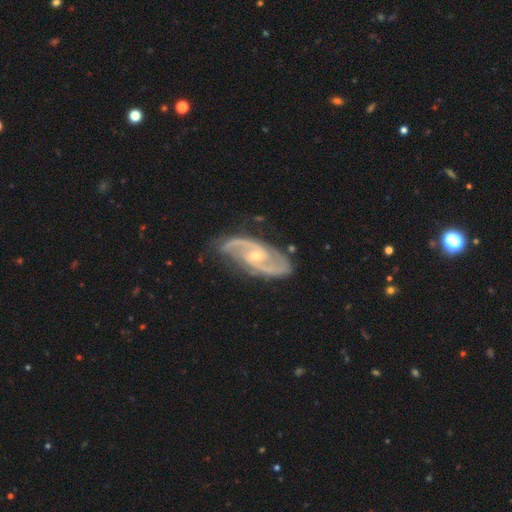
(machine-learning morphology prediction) Q: Smooth or featured?
A: featured or disk (92%); runner-up: star or artifact (5%)
Q: Edge-on disk?
A: no (96%); runner-up: yes (4%)
Q: Bar?
A: no (46%); runner-up: weak (40%)
Q: Spiral arms?
A: yes (98%); runner-up: no (2%)
Q: Spiral winding?
A: medium (58%); runner-up: tight (26%)
Q: Spiral arm count?
A: 2 (87%); runner-up: 3 (5%)
Q: Bulge size?
A: small (68%); runner-up: moderate (29%)
Q: Merging?
A: none (77%); runner-up: minor disturbance (16%)